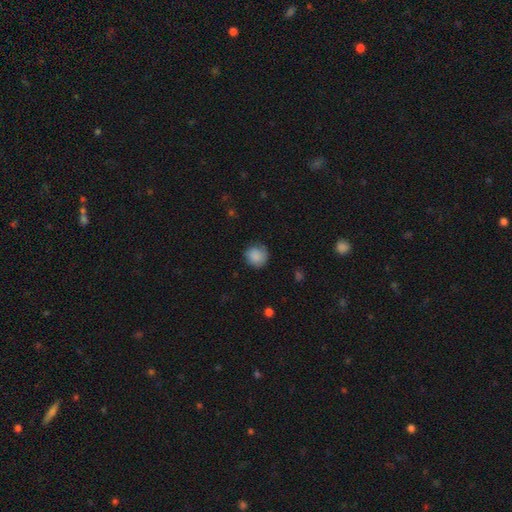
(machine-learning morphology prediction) smooth 86%, star or artifact 8%, featured or disk 6%. Down the decision tree: how rounded — round (90%); merging — none (75%).